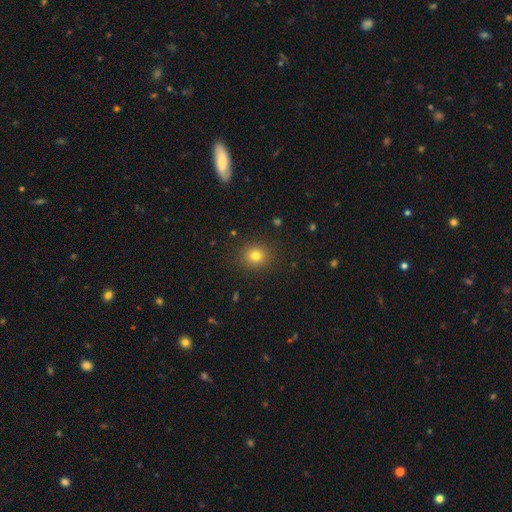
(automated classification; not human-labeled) This is likely a smooth galaxy (79%). How rounded: likely round (80%). Merging: clearly none (89%).